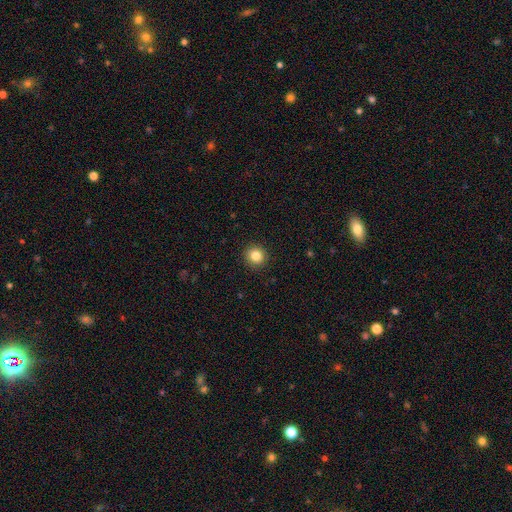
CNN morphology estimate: Q: Smooth or featured?
A: smooth (84%); runner-up: star or artifact (10%)
Q: How rounded?
A: round (92%); runner-up: in between (7%)
Q: Merging?
A: none (92%); runner-up: minor disturbance (5%)